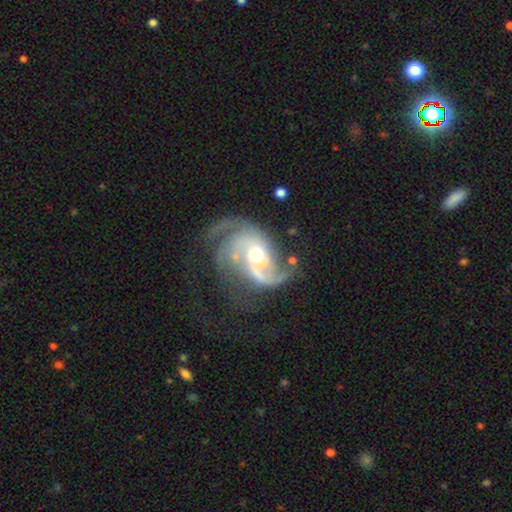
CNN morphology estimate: A featured or disk galaxy (89%) with no bar (59%), 2 (49%) medium (46%) spiral arms (97%) and a moderate central bulge (68%).

Vote fractions:
- Smooth or featured? featured or disk: 89% / smooth: 6% / star or artifact: 6%
- Edge-on disk? no: 98% / yes: 2%
- Bar? no: 59% / weak: 31% / strong: 10%
- Spiral arms? yes: 97% / no: 3%
- Spiral winding? medium: 46% / loose: 35% / tight: 18%
- Spiral arm count? 2: 49% / 3: 26% / can't tell: 9% / 1: 7% / 4: 5% / more than 4: 4%
- Bulge size? moderate: 68% / small: 18% / large: 11% / none: 1% / dominant: 1%
- Merging? none: 48% / major disturbance: 26% / minor disturbance: 19% / merger: 6%